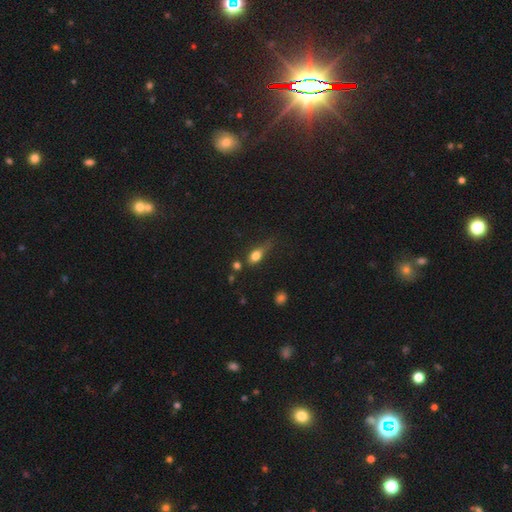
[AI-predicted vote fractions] Q: Smooth or featured?
A: smooth (75%); runner-up: featured or disk (14%)
Q: How rounded?
A: in between (69%); runner-up: round (18%)
Q: Merging?
A: none (37%); runner-up: minor disturbance (35%)